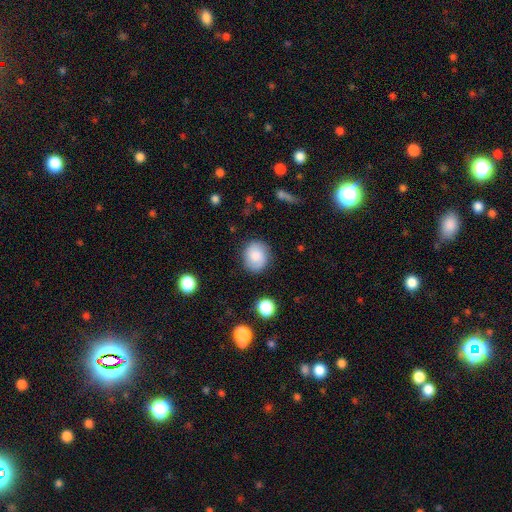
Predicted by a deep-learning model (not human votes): The model was most divided on "smooth or featured": smooth: 69%, featured or disk: 22%, star or artifact: 9%. More confident: merging — none (83%); how rounded — round (74%).